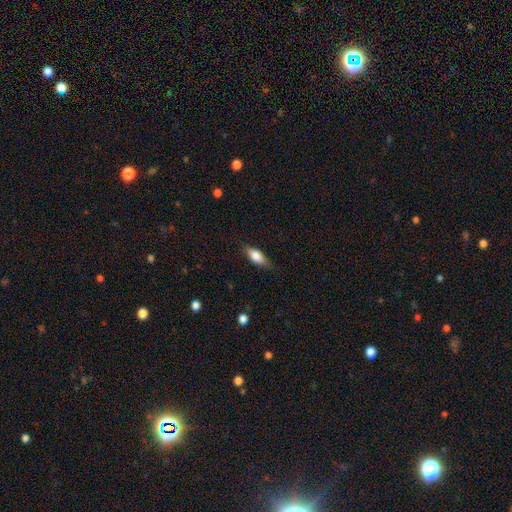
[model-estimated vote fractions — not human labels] Smooth or featured: smooth — 76% (featured or disk — 18%)
How rounded: in between — 75% (cigar-shaped — 22%)
Merging: none — 78% (minor disturbance — 17%)